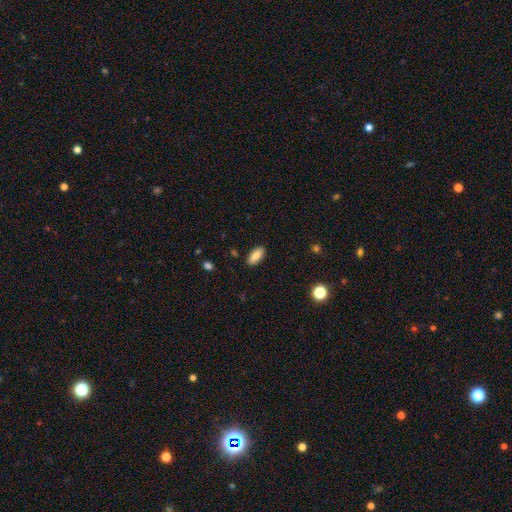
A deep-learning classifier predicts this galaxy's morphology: This appears to be a smooth galaxy with no disk features (83%) that is in between round and cigar-shaped (84%). Merging: none (89%).